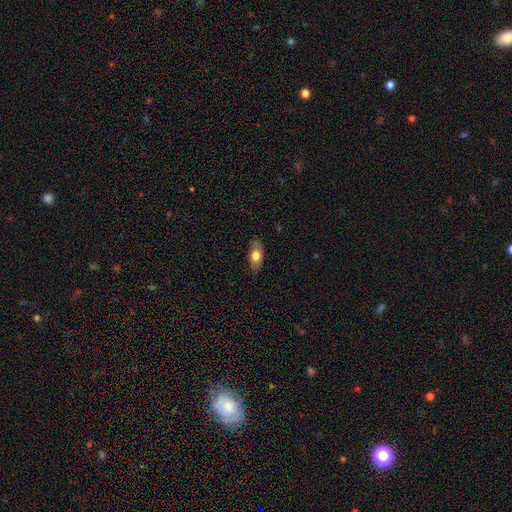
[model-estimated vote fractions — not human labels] Overall: smooth (73%). How rounded: in between (86%). Merging: none (83%).